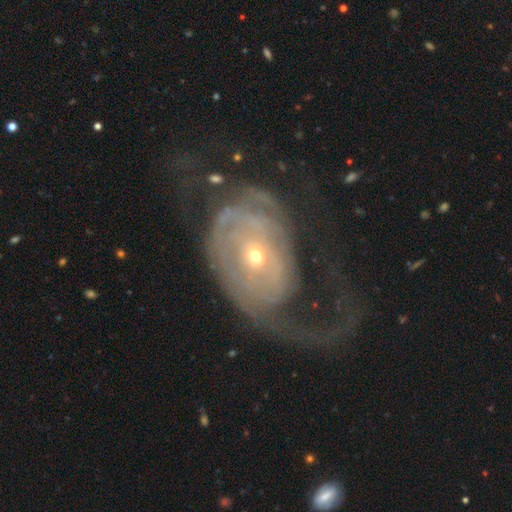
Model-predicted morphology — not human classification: A featured or disk galaxy (82%) with no bar (71%), tight (44%) spiral arms (82%) and a small central bulge (64%).

Vote fractions:
- Smooth or featured? featured or disk: 82% / smooth: 11% / star or artifact: 7%
- Edge-on disk? no: 96% / yes: 4%
- Bar? no: 71% / weak: 21% / strong: 8%
- Spiral arms? yes: 82% / no: 18%
- Spiral winding? tight: 44% / medium: 30% / loose: 26%
- Spiral arm count? can't tell: 34% / 2: 28% / 1: 21% / 3: 7% / 4: 5% / more than 4: 5%
- Bulge size? small: 64% / moderate: 32% / large: 2% / dominant: 1% / none: 1%
- Merging? major disturbance: 53% / none: 30% / minor disturbance: 14% / merger: 3%